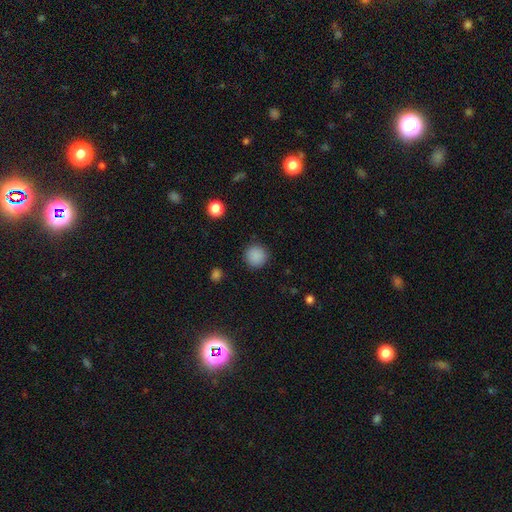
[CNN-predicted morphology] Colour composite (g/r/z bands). It shows a smooth galaxy with no disk features (88%) that is round (94%). Merging: none (90%).